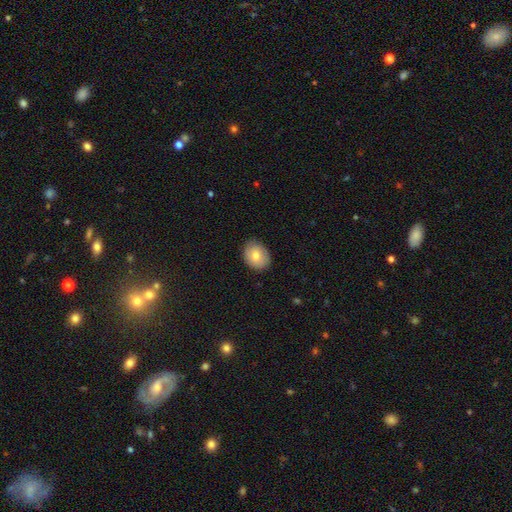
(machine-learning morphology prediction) The model was most divided on "how rounded": in between: 54%, round: 45%, cigar-shaped: 1%. More confident: merging — none (84%); smooth or featured — smooth (78%).